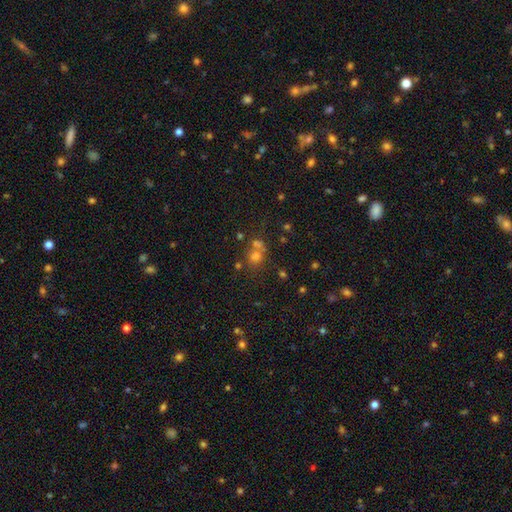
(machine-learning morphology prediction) Smooth or featured: smooth — 57% (star or artifact — 32%)
How rounded: round — 82% (in between — 17%)
Merging: none — 53% (merger — 34%)